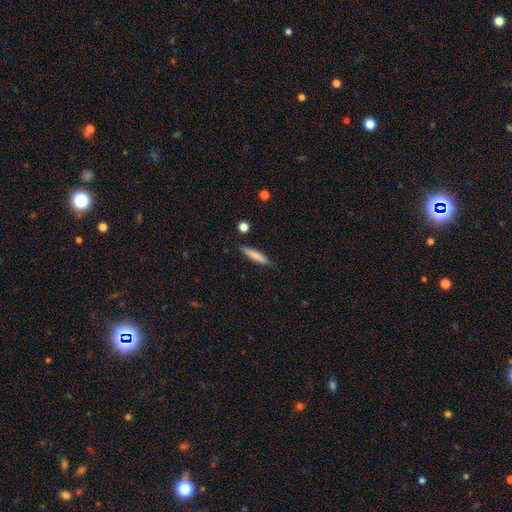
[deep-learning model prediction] smooth 77%, featured or disk 17%, star or artifact 6%. Down the decision tree: how rounded — cigar-shaped (87%); merging — none (85%).